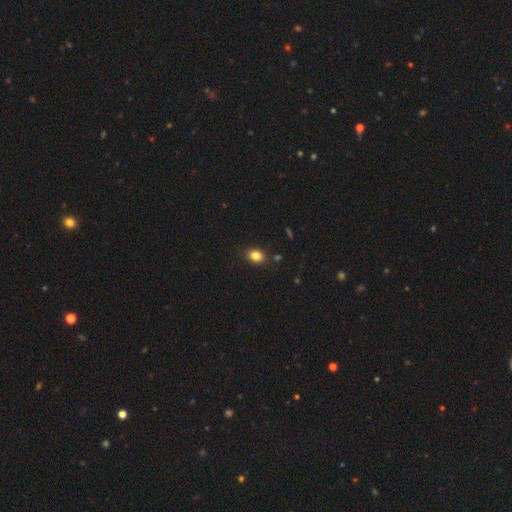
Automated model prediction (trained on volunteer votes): Smooth or featured? smooth (83%)
How rounded? in between (59%)
Merging? none (85%)